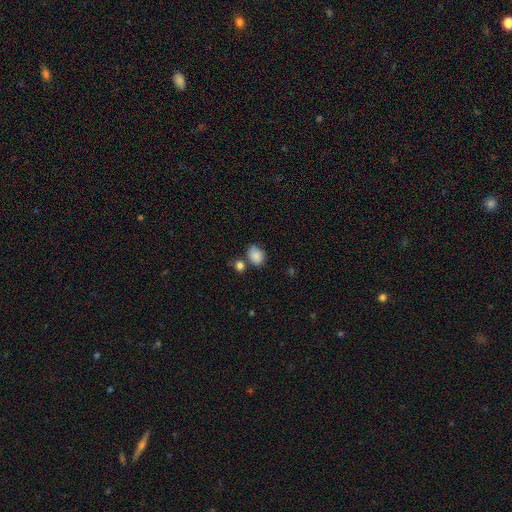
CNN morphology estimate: Smooth or featured? Predicted: smooth (p=0.84). How rounded? Predicted: in between (p=0.56). Merging? Predicted: none (p=0.56).